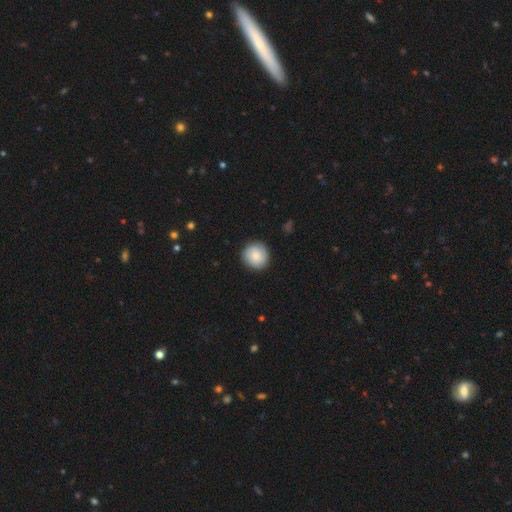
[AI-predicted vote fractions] smooth_or_featured: smooth (p=0.75) [alt: featured or disk p=0.18]
how_rounded: round (p=0.93) [alt: in between p=0.06]
merging: none (p=0.89) [alt: minor disturbance p=0.08]